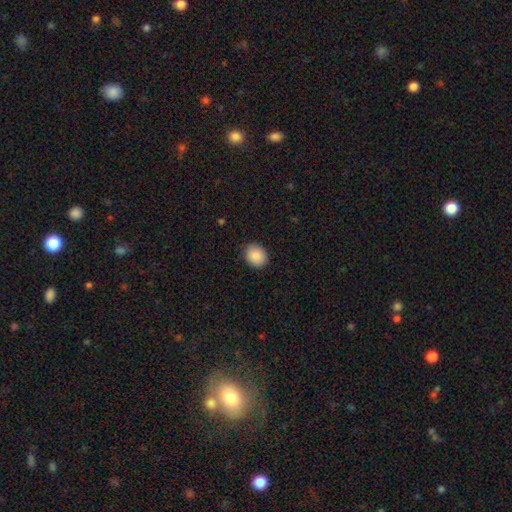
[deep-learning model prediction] Smooth or featured? Predicted: smooth (p=0.88). How rounded? Predicted: round (p=0.54). Merging? Predicted: none (p=0.87).